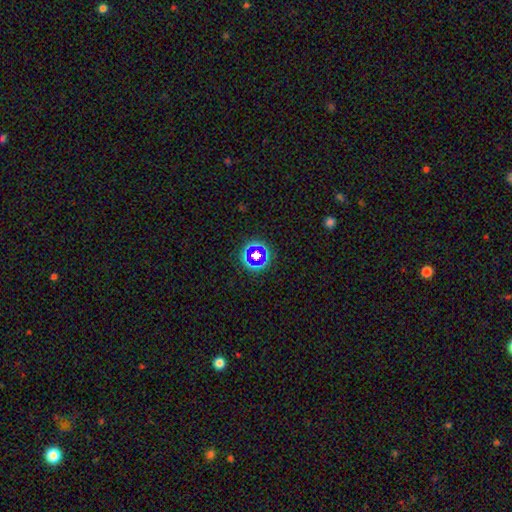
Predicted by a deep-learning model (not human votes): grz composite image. It shows a star or artifact, not a galaxy (52%).